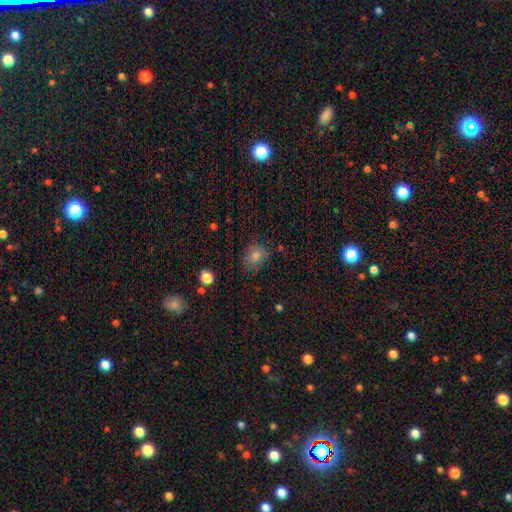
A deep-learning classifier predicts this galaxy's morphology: This appears to be a smooth galaxy with no disk features (80%) that is round (66%). Merging: none (74%).